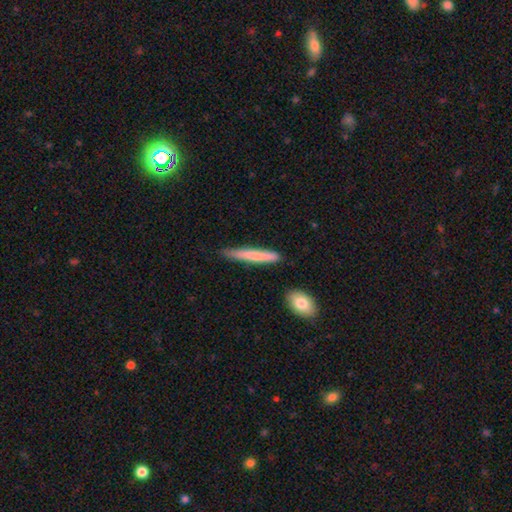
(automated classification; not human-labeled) Smooth or featured? smooth (72%)
How rounded? cigar-shaped (94%)
Merging? none (76%)